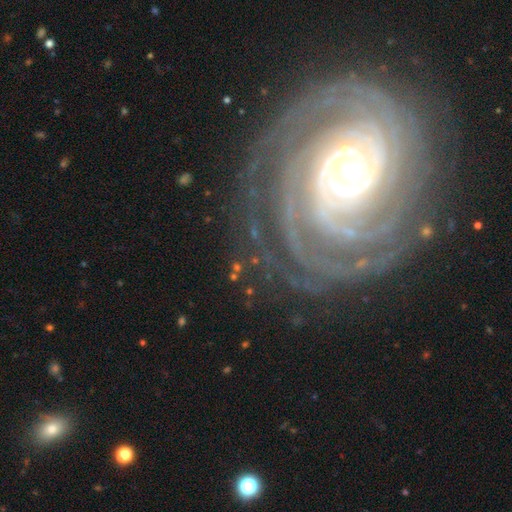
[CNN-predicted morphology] This is clearly a featured or disk galaxy (90%). It is clearly not viewed edge-on (97%). Bar: possibly no (59%). Spiral arm pattern: clearly yes (98%). Spiral arm count: marginally 3 (21%). Spiral winding: clearly tight (83%). Central bulge: possibly moderate (50%). Merging: likely none (78%).